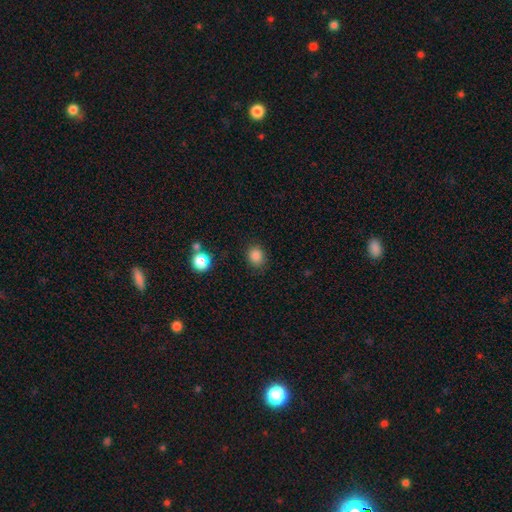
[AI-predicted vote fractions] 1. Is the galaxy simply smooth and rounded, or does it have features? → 85% smooth, 11% star or artifact, 4% featured or disk.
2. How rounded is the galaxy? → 68% round, 31% in between, 1% cigar-shaped.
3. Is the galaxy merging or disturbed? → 85% none, 10% minor disturbance, 3% major disturbance, 2% merger.